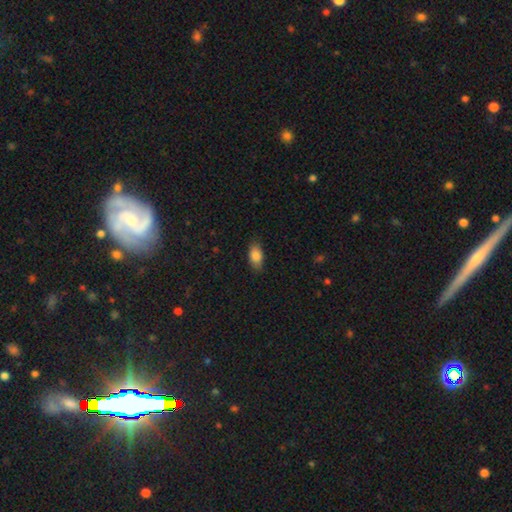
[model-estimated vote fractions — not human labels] The model was most divided on "merging": none: 83%, minor disturbance: 14%, major disturbance: 3%, merger: 1%. More confident: how rounded — in between (90%); smooth or featured — smooth (85%).